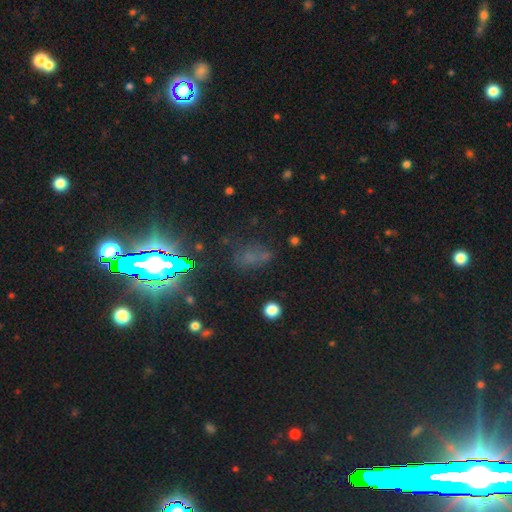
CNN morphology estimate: smooth-or-featured: star or artifact: 55% | smooth: 30% | featured or disk: 15%